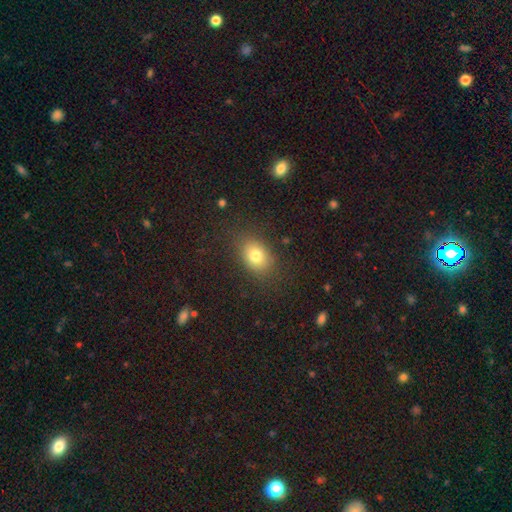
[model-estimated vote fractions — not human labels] This is likely a smooth galaxy (78%). How rounded: likely in between (68%). Merging: clearly none (82%).